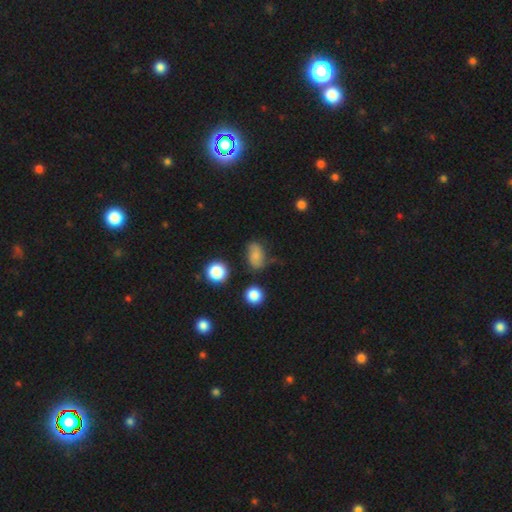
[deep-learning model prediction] Smooth or featured?
  - smooth: 74% *
  - star or artifact: 14%
  - featured or disk: 12%
How rounded?
  - in between: 80% *
  - round: 18%
  - cigar-shaped: 2%
Merging?
  - none: 65% *
  - minor disturbance: 23%
  - major disturbance: 7%
  - merger: 5%